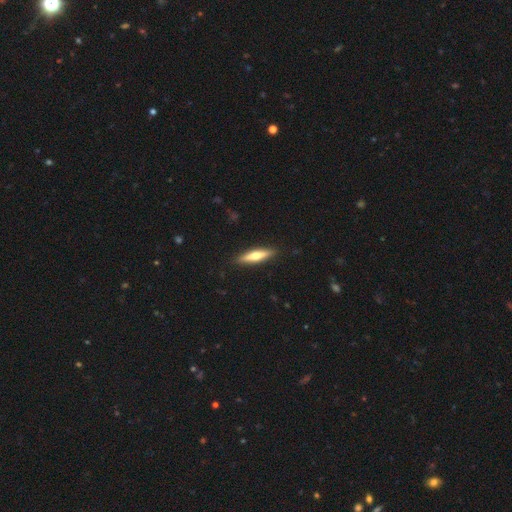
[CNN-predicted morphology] This is possibly a smooth galaxy (51%). How rounded: likely cigar-shaped (79%). Merging: clearly none (90%).